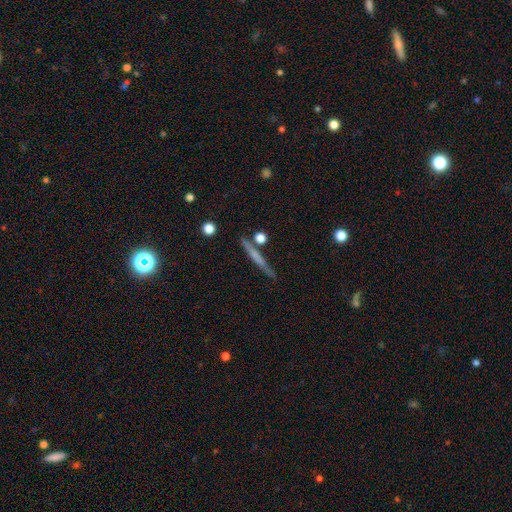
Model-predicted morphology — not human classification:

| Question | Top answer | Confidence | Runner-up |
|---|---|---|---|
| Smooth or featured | smooth | 47% | featured or disk (45%) |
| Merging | none | 80% | minor disturbance (12%) |